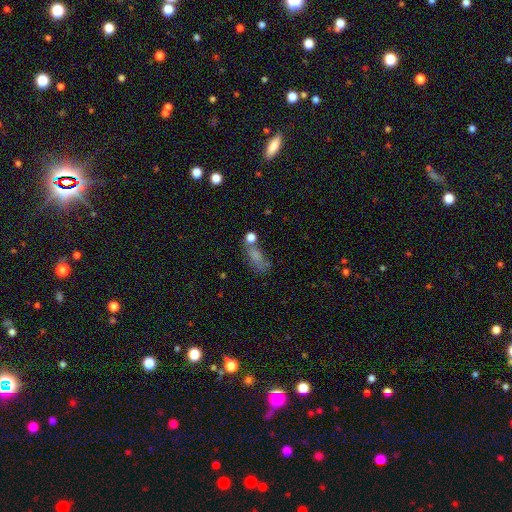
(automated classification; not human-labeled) Smooth or featured? Predicted: smooth (p=0.65). How rounded? Predicted: in between (p=0.72). Merging? Predicted: none (p=0.42).